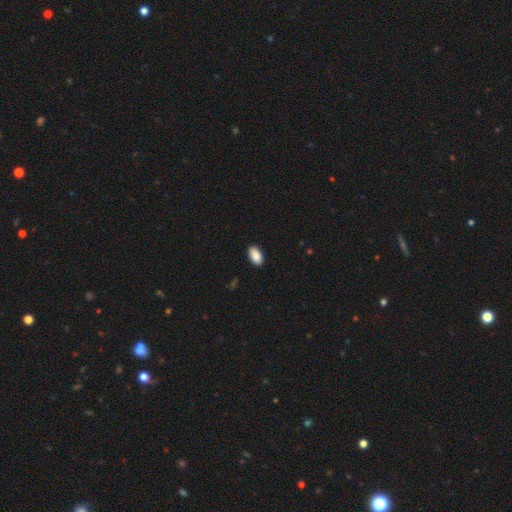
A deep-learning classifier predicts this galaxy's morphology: The model was most divided on "merging": none: 89%, minor disturbance: 8%, major disturbance: 2%, merger: 1%. More confident: how rounded — in between (94%); smooth or featured — smooth (89%).